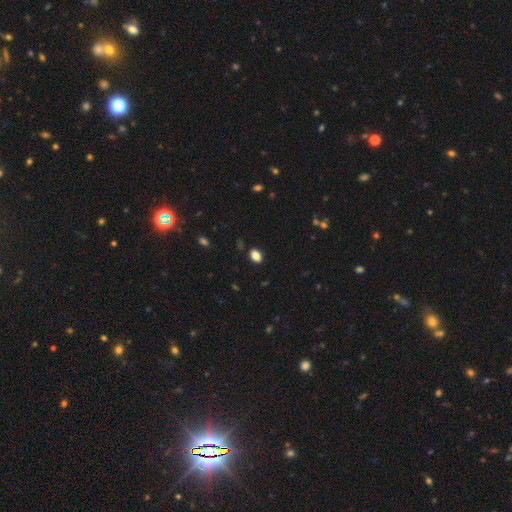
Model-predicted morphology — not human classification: smooth 84%, star or artifact 11%, featured or disk 5%. Down the decision tree: how rounded — in between (77%); merging — none (87%).